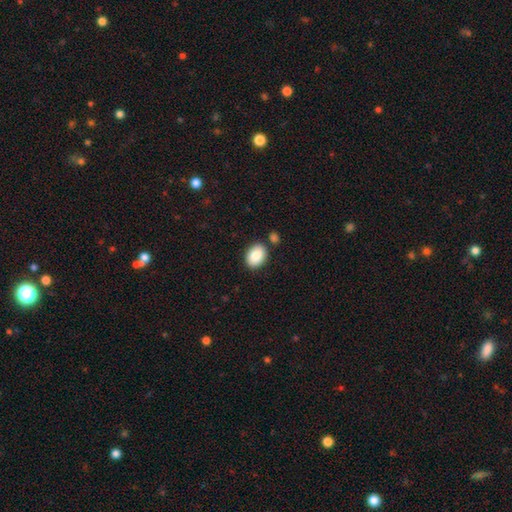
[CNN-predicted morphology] A smooth galaxy with no disk features (87%) that is in between round and cigar-shaped (79%). Merging: none (81%).